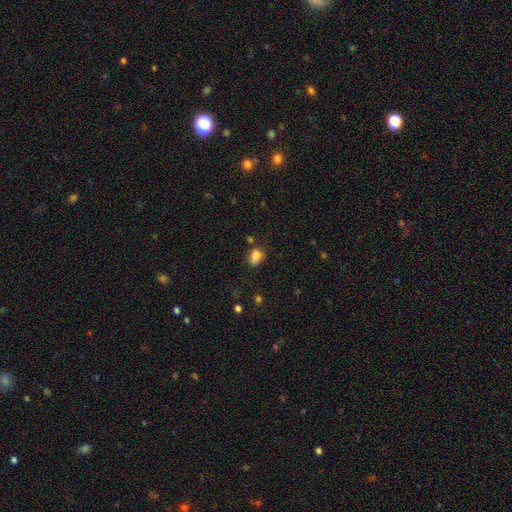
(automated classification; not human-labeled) smooth 83%, star or artifact 11%, featured or disk 6%. Down the decision tree: how rounded — in between (76%); merging — none (58%).